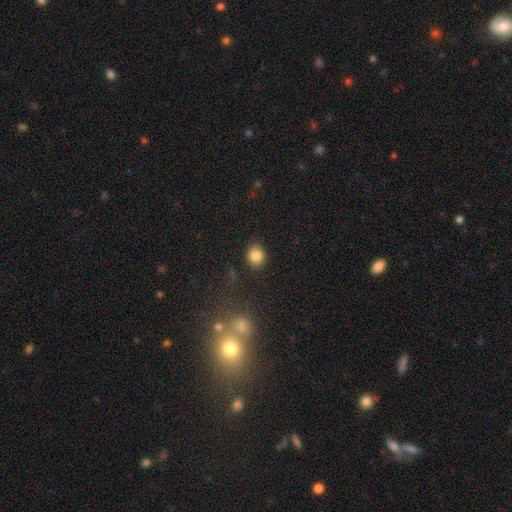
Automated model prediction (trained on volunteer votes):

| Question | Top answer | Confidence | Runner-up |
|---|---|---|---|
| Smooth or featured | smooth | 84% | star or artifact (10%) |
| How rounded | round | 73% | in between (26%) |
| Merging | none | 88% | minor disturbance (8%) |